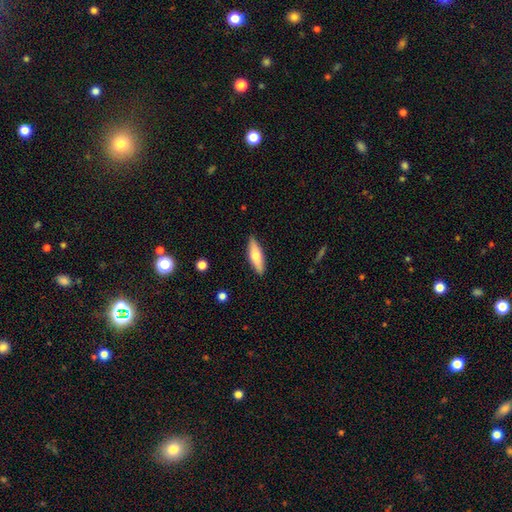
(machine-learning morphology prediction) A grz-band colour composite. It shows a smooth galaxy with no disk features (61%) that is cigar-shaped (54%). Merging: none (88%).